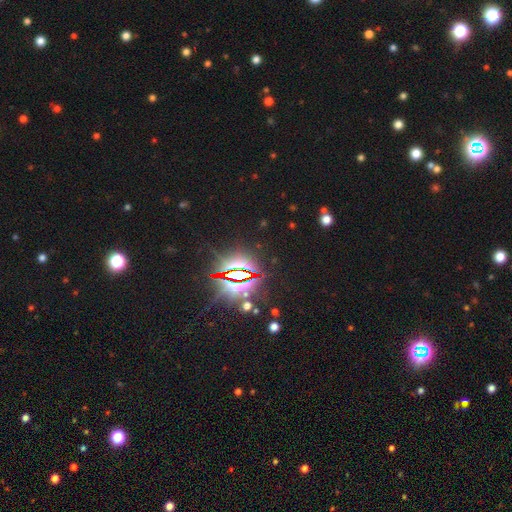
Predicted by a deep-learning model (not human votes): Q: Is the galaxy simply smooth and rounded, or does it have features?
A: star or artifact — 86%.